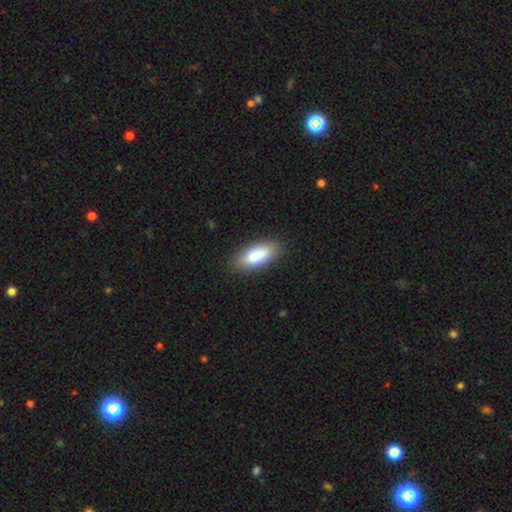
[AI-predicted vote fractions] Morphology: type=smooth (81%); roundness=in between (82%); merging=none (86%).